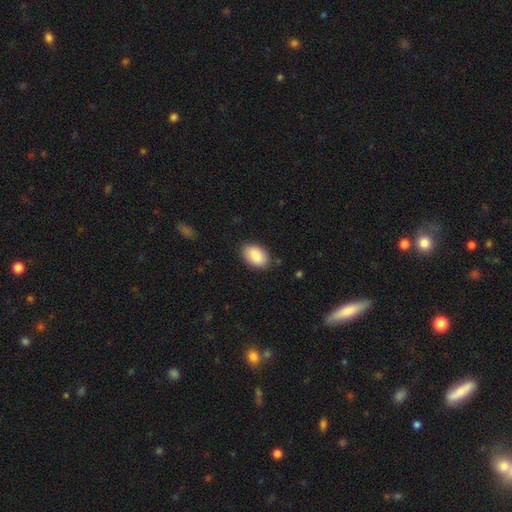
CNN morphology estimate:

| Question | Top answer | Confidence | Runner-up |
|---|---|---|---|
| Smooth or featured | smooth | 88% | star or artifact (6%) |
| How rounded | in between | 91% | round (8%) |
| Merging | none | 85% | minor disturbance (11%) |